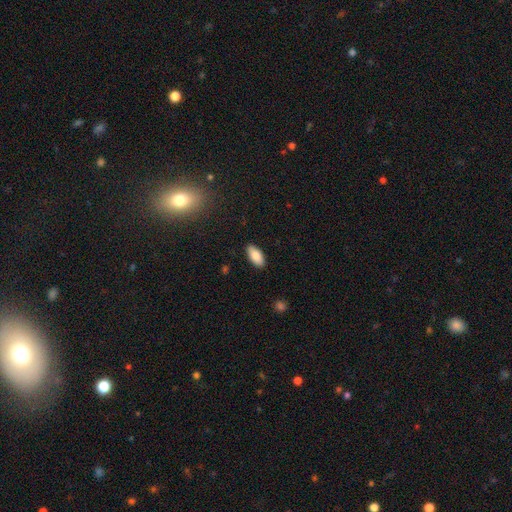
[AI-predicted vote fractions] smooth-or-featured: smooth: 85% | featured or disk: 8% | star or artifact: 7%
  how-rounded: in between: 90% | cigar-shaped: 8% | round: 2%
  merging: none: 88% | minor disturbance: 9% | major disturbance: 2% | merger: 1%